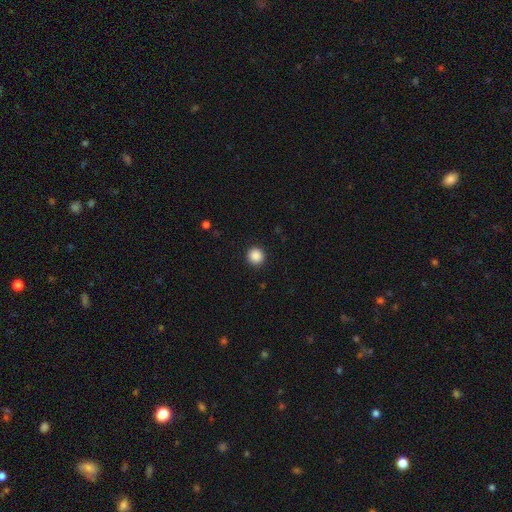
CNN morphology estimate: Smooth or featured?
  - smooth: 88% *
  - star or artifact: 10%
  - featured or disk: 3%
How rounded?
  - round: 94% *
  - in between: 5%
  - cigar-shaped: 1%
Merging?
  - none: 92% *
  - minor disturbance: 5%
  - major disturbance: 2%
  - merger: 1%